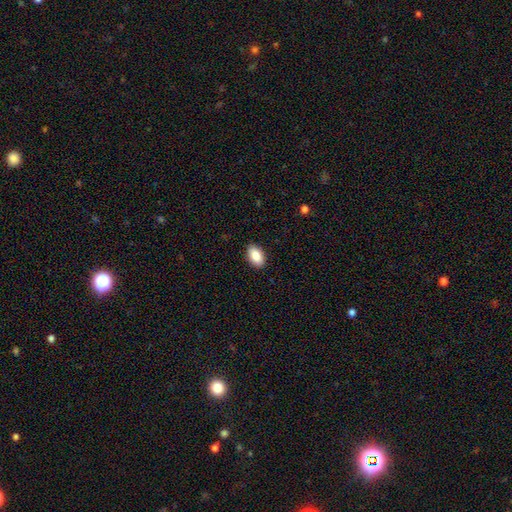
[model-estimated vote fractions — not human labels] Overall: smooth (87%). How rounded: in between (92%). Merging: none (90%).